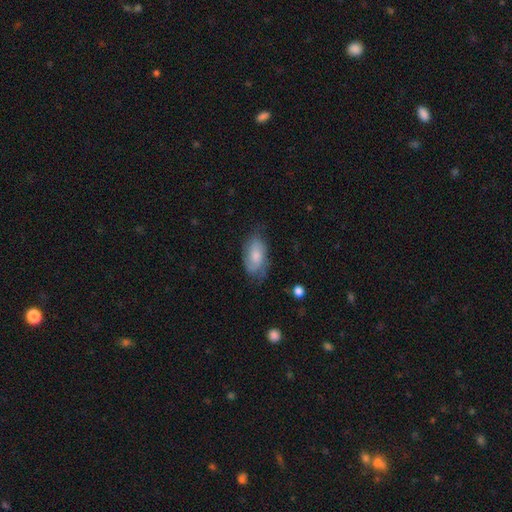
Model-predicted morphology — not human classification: smooth-or-featured: smooth: 59% | featured or disk: 34% | star or artifact: 7%
  how-rounded: in between: 91% | cigar-shaped: 5% | round: 4%
  merging: none: 62% | minor disturbance: 27% | major disturbance: 10% | merger: 2%